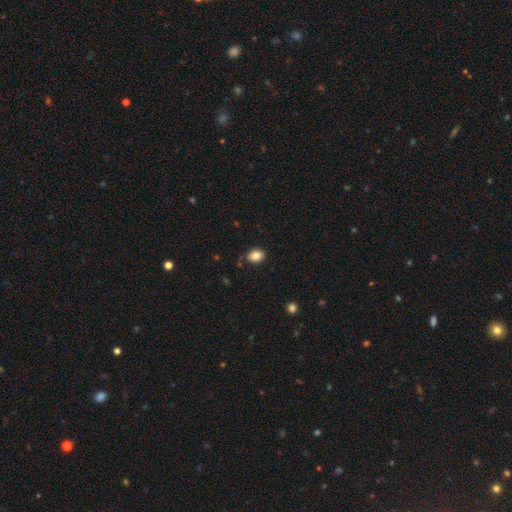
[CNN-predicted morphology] type=smooth (85%); roundness=in between (64%); merging=none (82%).